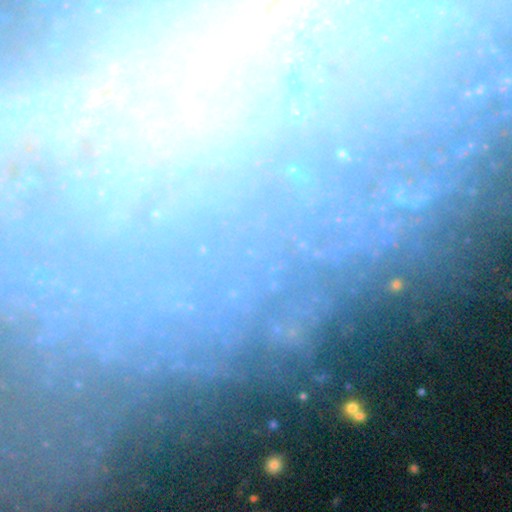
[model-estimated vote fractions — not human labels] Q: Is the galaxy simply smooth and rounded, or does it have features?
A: star or artifact — 46%.